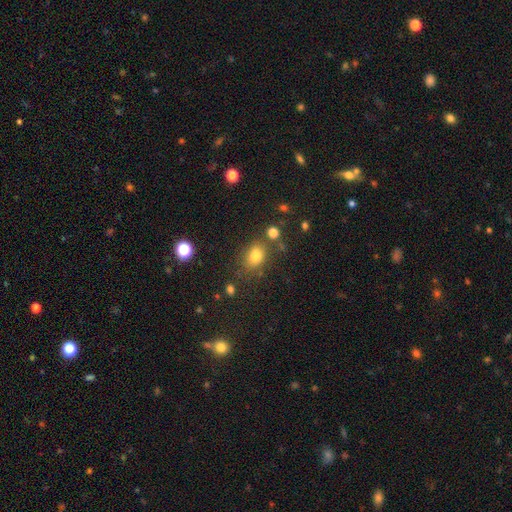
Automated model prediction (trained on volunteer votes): Smooth or featured: smooth — 77% (star or artifact — 14%)
How rounded: in between — 67% (round — 31%)
Merging: none — 70% (minor disturbance — 16%)